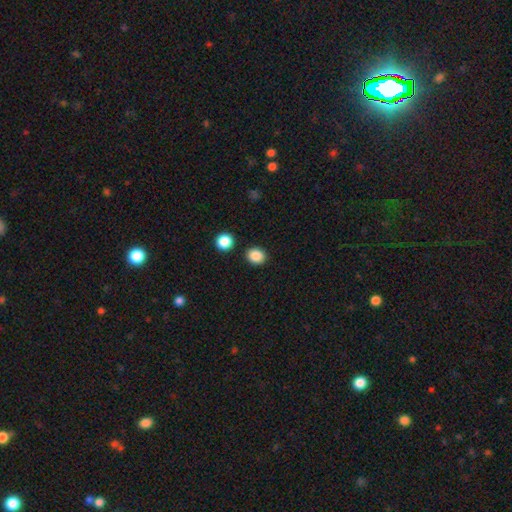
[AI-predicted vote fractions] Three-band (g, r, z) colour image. It shows a smooth galaxy with no disk features (87%) that is round (70%). Merging: none (88%).